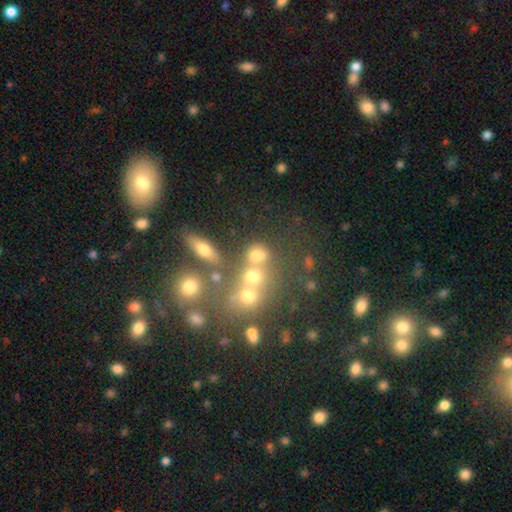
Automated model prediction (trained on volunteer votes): Smooth or featured? smooth (64%)
How rounded? round (60%)
Merging? none (48%)